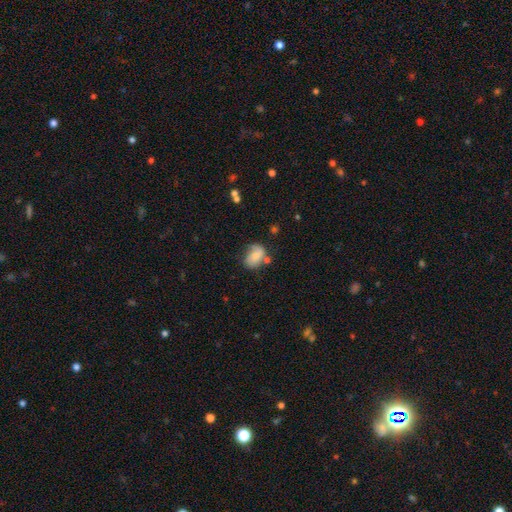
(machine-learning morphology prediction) Smooth or featured? smooth (60%)
How rounded? in between (70%)
Merging? none (48%)